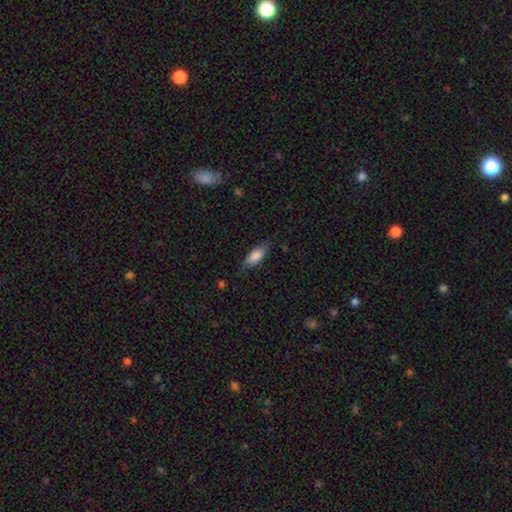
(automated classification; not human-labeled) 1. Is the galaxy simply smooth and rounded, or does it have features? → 82% smooth, 11% featured or disk, 7% star or artifact.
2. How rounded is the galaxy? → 71% in between, 26% cigar-shaped, 2% round.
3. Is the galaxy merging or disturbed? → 77% none, 18% minor disturbance, 4% major disturbance, 1% merger.